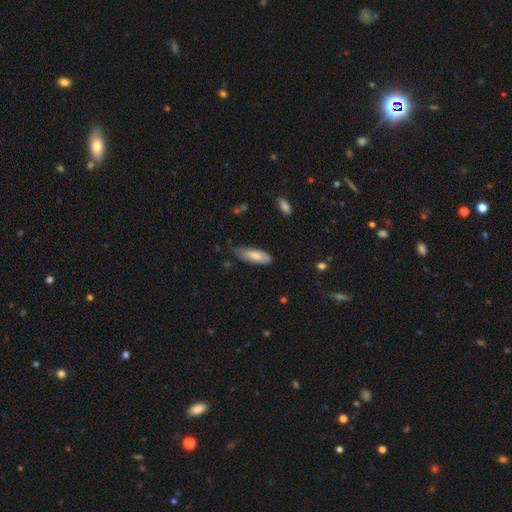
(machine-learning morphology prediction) smooth 79%, featured or disk 15%, star or artifact 6%. Down the decision tree: how rounded — in between (62%); merging — none (64%).